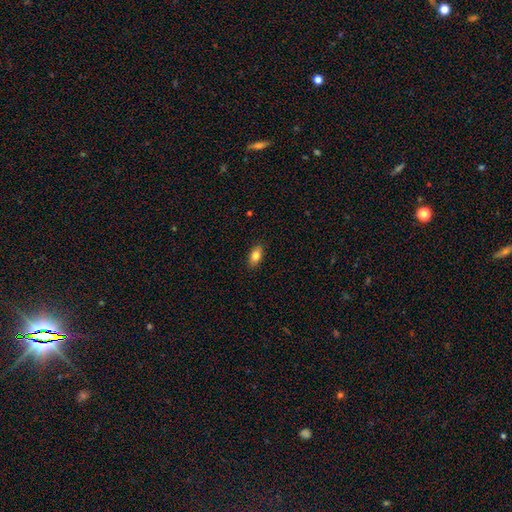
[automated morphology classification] The model was most divided on "smooth or featured": smooth: 82%, featured or disk: 10%, star or artifact: 8%. More confident: how rounded — in between (90%); merging — none (88%).